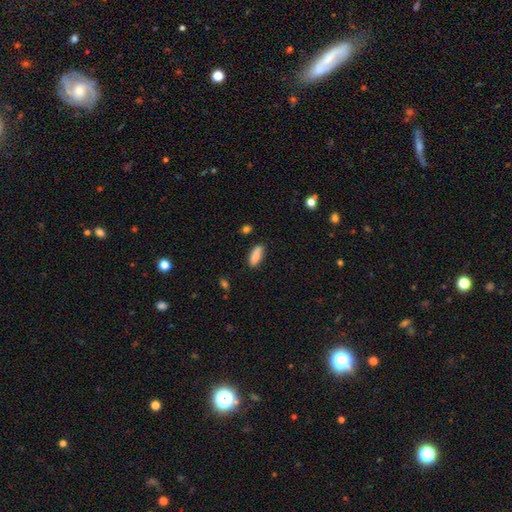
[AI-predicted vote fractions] Smooth or featured? Predicted: smooth (p=0.86). How rounded? Predicted: in between (p=0.75). Merging? Predicted: none (p=0.75).